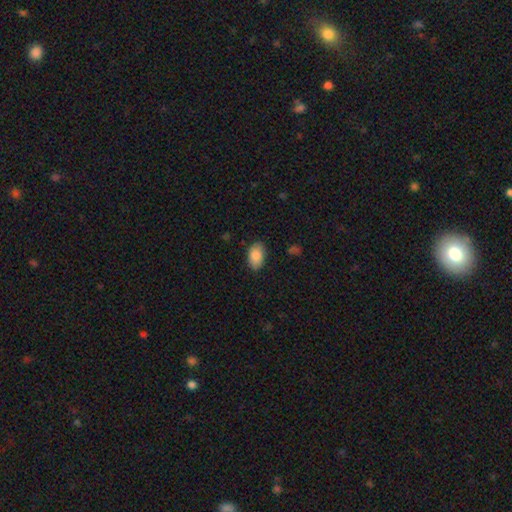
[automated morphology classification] Q: Smooth or featured?
A: smooth (88%); runner-up: star or artifact (6%)
Q: How rounded?
A: in between (92%); runner-up: round (7%)
Q: Merging?
A: none (83%); runner-up: minor disturbance (13%)